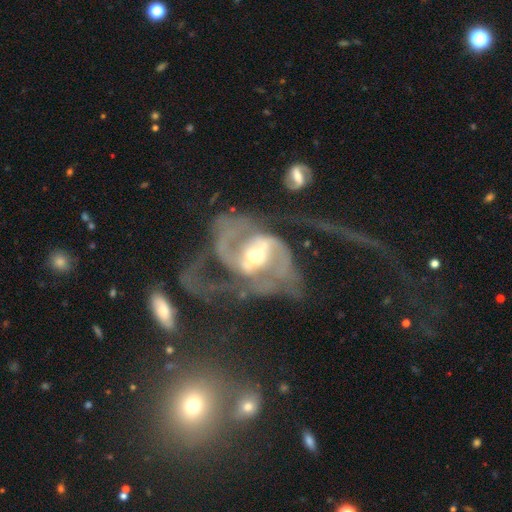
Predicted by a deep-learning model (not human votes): Smooth or featured?
  - featured or disk: 89% *
  - smooth: 6%
  - star or artifact: 5%
Edge-on disk?
  - no: 97% *
  - yes: 3%
Bar?
  - strong: 55% *
  - weak: 31%
  - no: 15%
Spiral arms?
  - yes: 88% *
  - no: 12%
Spiral winding?
  - medium: 47% *
  - loose: 37%
  - tight: 16%
Spiral arm count?
  - 2: 80% *
  - can't tell: 8%
  - 3: 4%
  - 1: 4%
  - 4: 2%
  - more than 4: 2%
Bulge size?
  - moderate: 52% *
  - small: 40%
  - large: 6%
  - dominant: 1%
  - none: 1%
Merging?
  - major disturbance: 43% *
  - none: 35%
  - minor disturbance: 14%
  - merger: 8%